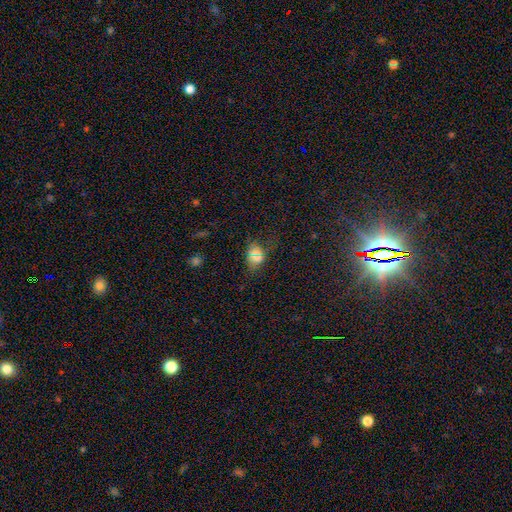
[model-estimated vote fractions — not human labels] Smooth or featured? smooth (63%)
How rounded? in between (71%)
Merging? none (75%)